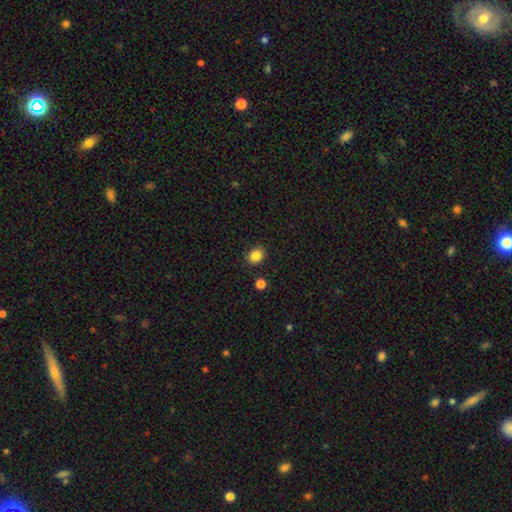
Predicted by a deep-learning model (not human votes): Smooth or featured? smooth (85%)
How rounded? round (63%)
Merging? none (88%)